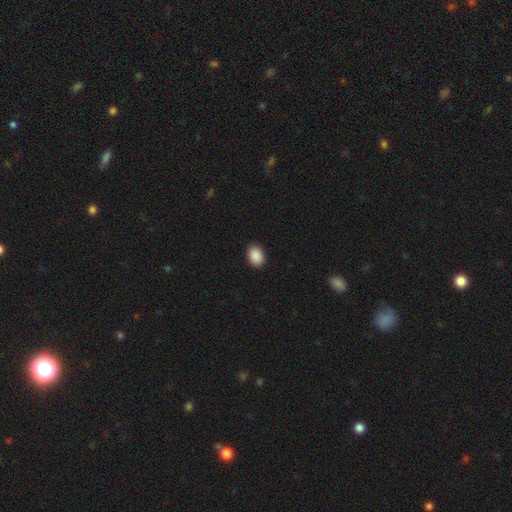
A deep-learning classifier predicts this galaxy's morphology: smooth-or-featured: smooth: 90% | star or artifact: 7% | featured or disk: 2%
  how-rounded: in between: 77% | round: 22% | cigar-shaped: 1%
  merging: none: 91% | minor disturbance: 6% | major disturbance: 2% | merger: 1%